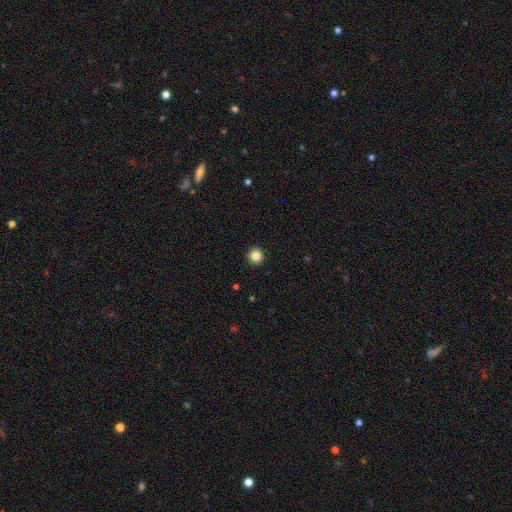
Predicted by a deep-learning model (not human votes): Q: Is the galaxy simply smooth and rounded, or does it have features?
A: smooth — 86%.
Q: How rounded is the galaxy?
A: round — 96%.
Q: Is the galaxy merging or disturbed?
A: none — 94%.